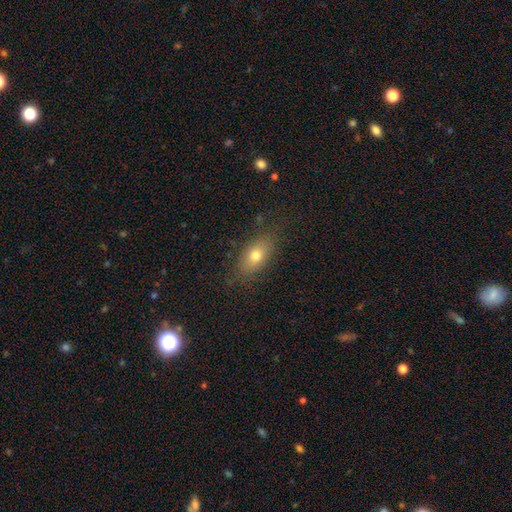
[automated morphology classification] Q: Smooth or featured?
A: smooth (73%); runner-up: featured or disk (17%)
Q: How rounded?
A: in between (82%); runner-up: round (10%)
Q: Merging?
A: none (80%); runner-up: minor disturbance (14%)